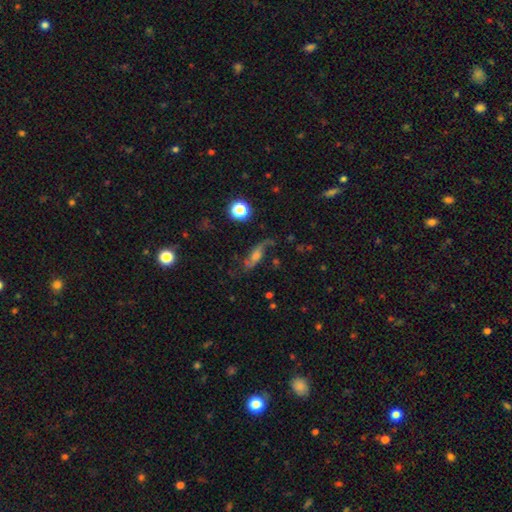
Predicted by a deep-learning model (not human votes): This is likely a featured or disk galaxy (68%). It is clearly not viewed edge-on (81%). Bar: likely no (62%). Spiral arm pattern: clearly yes (91%). Central bulge: marginally moderate (38%). Merging: likely none (64%).